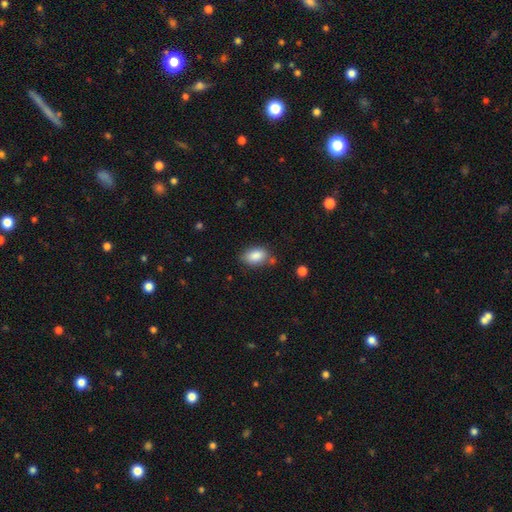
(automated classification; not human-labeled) Smooth or featured? Predicted: smooth (p=0.87). How rounded? Predicted: in between (p=0.89). Merging? Predicted: none (p=0.73).